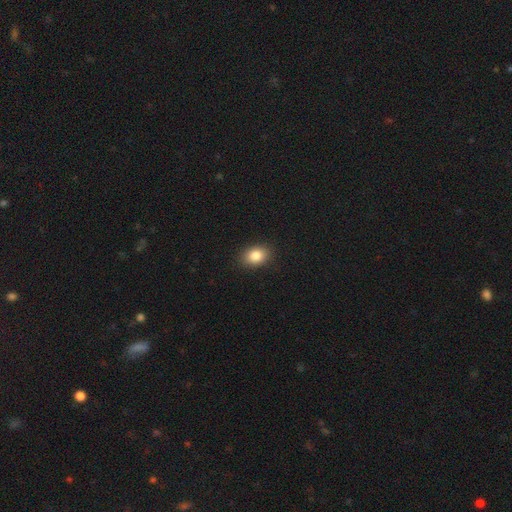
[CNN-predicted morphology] A smooth galaxy with no disk features (84%) that is in between round and cigar-shaped (71%). Merging: none (89%).